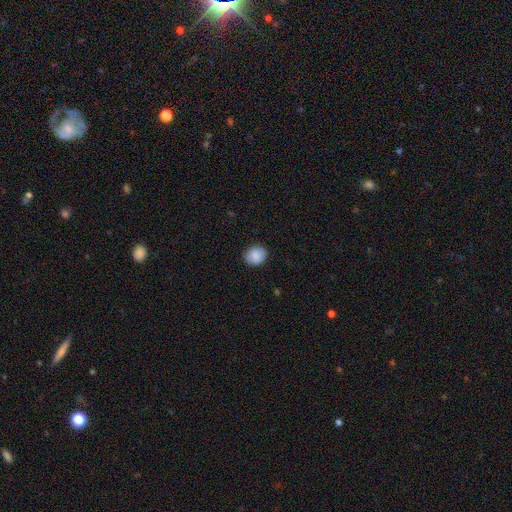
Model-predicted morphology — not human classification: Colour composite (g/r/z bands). It shows a smooth galaxy with no disk features (88%) that is round (72%). Merging: none (87%).